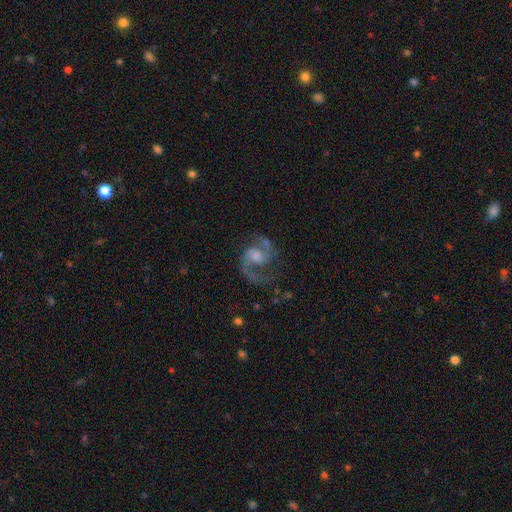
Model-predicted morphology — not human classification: A featured or disk galaxy (90%) with no bar (47%), 2 (92%) medium (61%) spiral arms (98%) and a moderate central bulge (44%). Merging: none (75%).